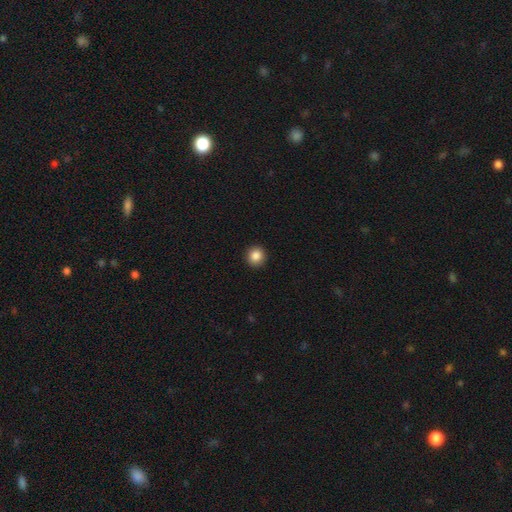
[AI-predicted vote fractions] Overall: smooth (87%). How rounded: round (91%). Merging: none (93%).